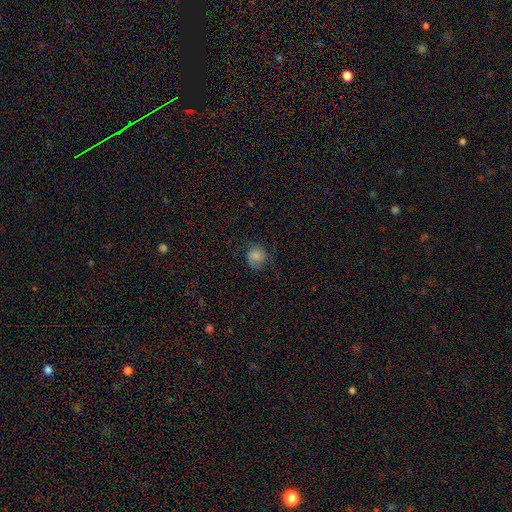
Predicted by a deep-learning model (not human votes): This is likely a smooth galaxy (70%). How rounded: likely round (77%). Merging: likely none (63%).